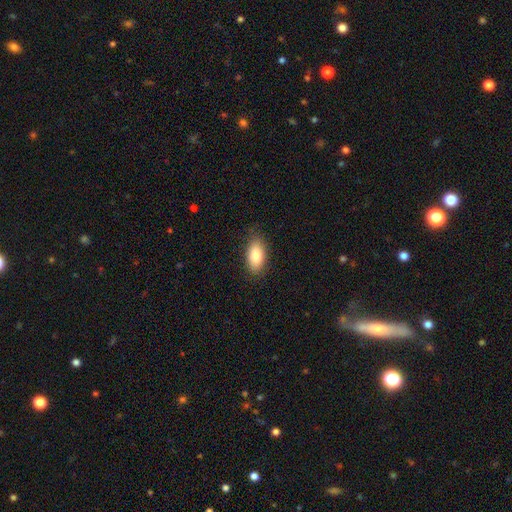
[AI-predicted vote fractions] Smooth or featured: smooth — 86% (featured or disk — 7%)
How rounded: in between — 91% (cigar-shaped — 6%)
Merging: none — 83% (minor disturbance — 13%)